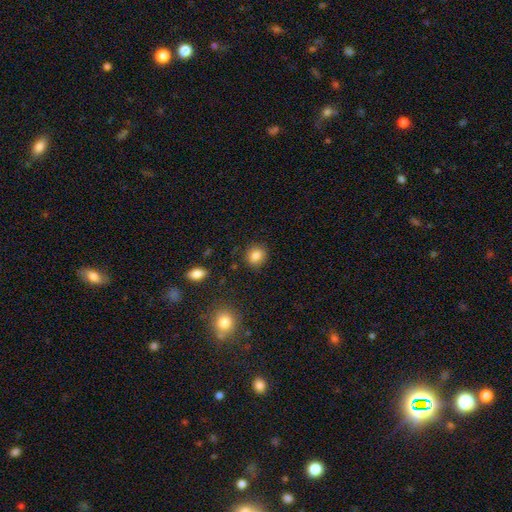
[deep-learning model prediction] Morphology: type=smooth (85%); roundness=round (70%); merging=none (86%).